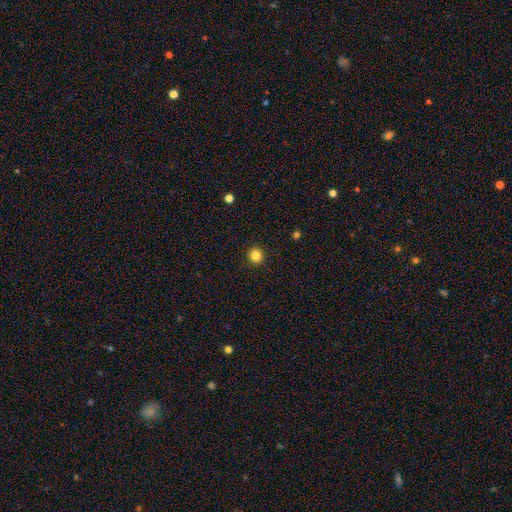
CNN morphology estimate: smooth 84%, star or artifact 12%, featured or disk 4%. Down the decision tree: how rounded — round (88%); merging — none (91%).